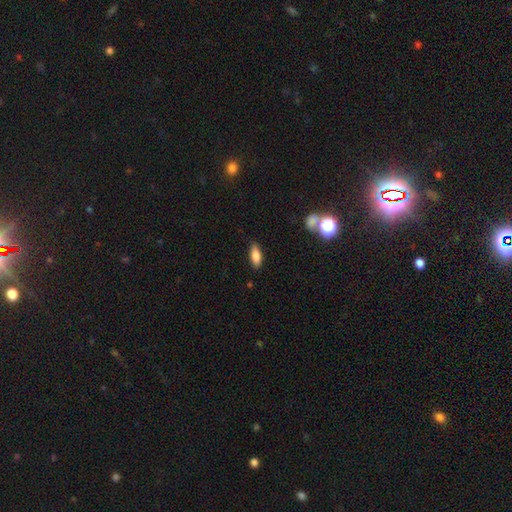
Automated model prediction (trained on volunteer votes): This appears to be a smooth galaxy with no disk features (80%) that is in between round and cigar-shaped (76%). Merging: none (84%).